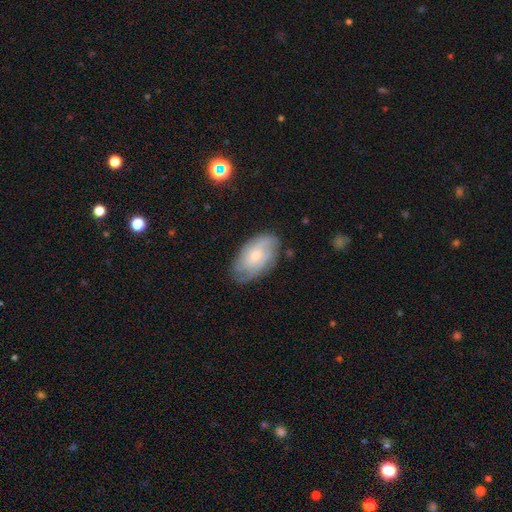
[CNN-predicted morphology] smooth-or-featured: featured or disk: 60% | smooth: 33% | star or artifact: 7%
  disk-edge-on: no: 94% | yes: 6%
    bar: no: 76% | weak: 21% | strong: 3%
    has-spiral-arms: yes: 82% | no: 18%
    bulge-size: moderate: 49% | small: 47% | large: 2% | none: 1% | dominant: 1%
  merging: none: 73% | minor disturbance: 20% | major disturbance: 5% | merger: 1%